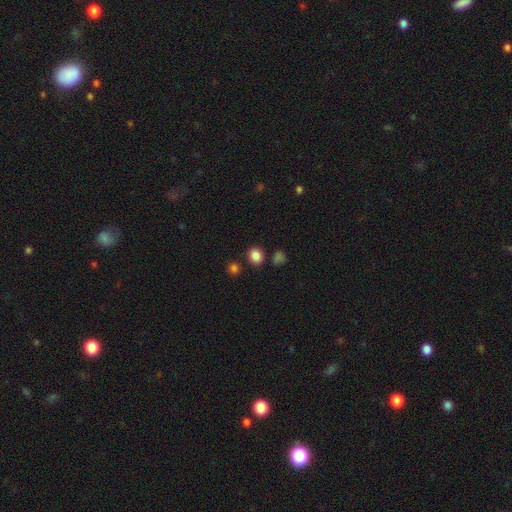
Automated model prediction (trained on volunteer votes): Morphology: type=smooth (84%); roundness=round (69%); merging=none (84%).